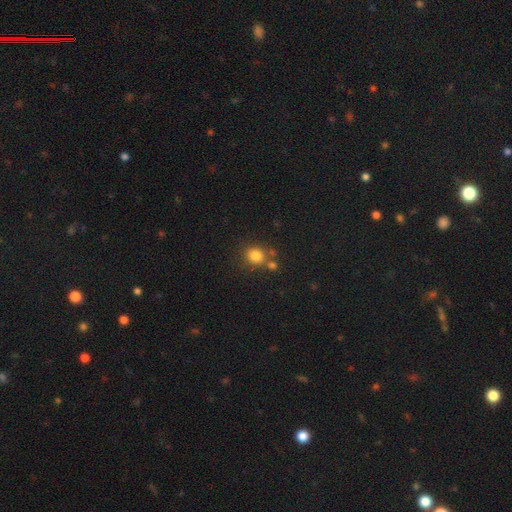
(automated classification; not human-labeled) The model was most divided on "merging": none: 65%, merger: 20%, minor disturbance: 11%, major disturbance: 4%. More confident: how rounded — round (81%); smooth or featured — smooth (81%).